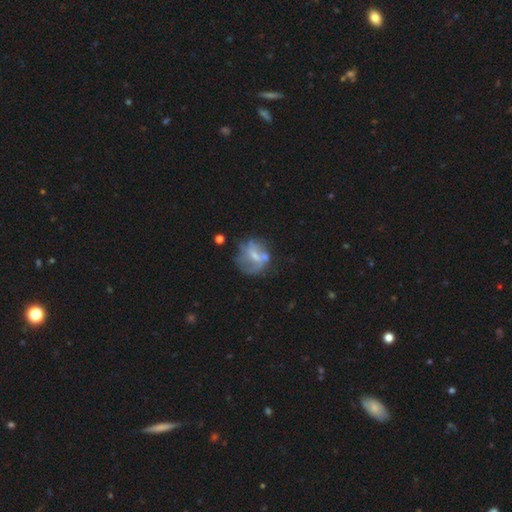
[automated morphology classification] Smooth or featured? featured or disk (51%)
Edge-on disk? no (97%)
Merging? none (44%)